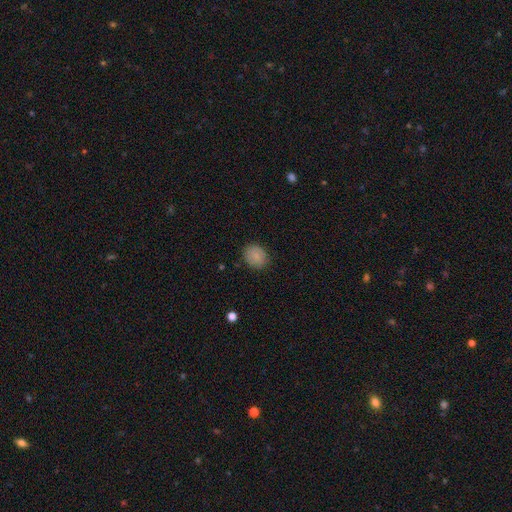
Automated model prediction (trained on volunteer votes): The model was most divided on "how rounded": round: 67%, in between: 32%, cigar-shaped: 1%. More confident: merging — none (87%); smooth or featured — smooth (86%).